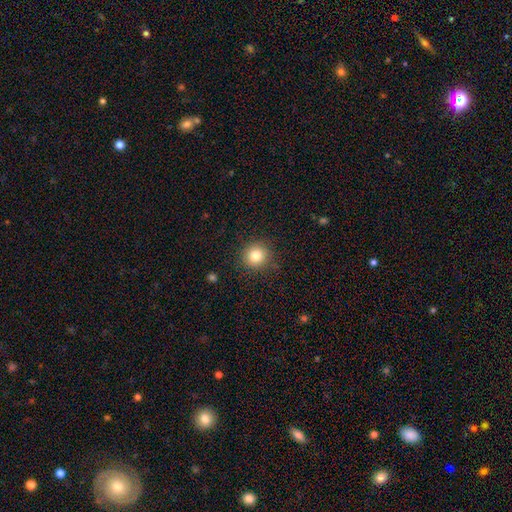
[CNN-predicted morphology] Smooth or featured: smooth — 81% (star or artifact — 11%)
How rounded: round — 91% (in between — 8%)
Merging: none — 88% (minor disturbance — 8%)